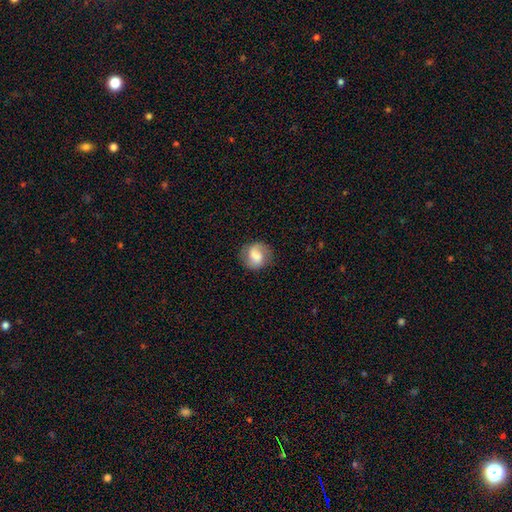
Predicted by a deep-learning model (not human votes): Smooth or featured: featured or disk — 46% (smooth — 45%)
Merging: none — 80% (minor disturbance — 14%)